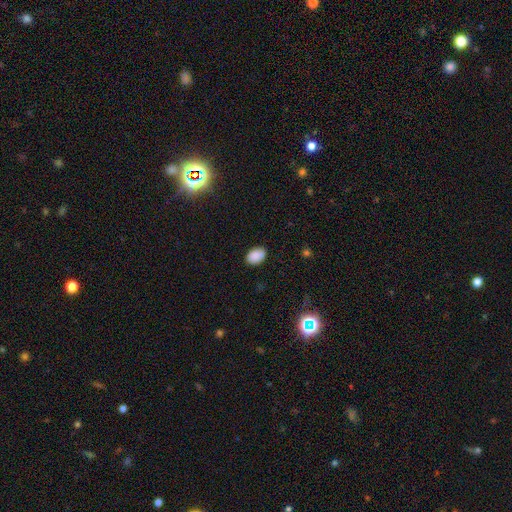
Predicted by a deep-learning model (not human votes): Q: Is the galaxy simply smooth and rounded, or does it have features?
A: smooth — 87%.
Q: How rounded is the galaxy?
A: in between — 85%.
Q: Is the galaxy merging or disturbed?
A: none — 85%.